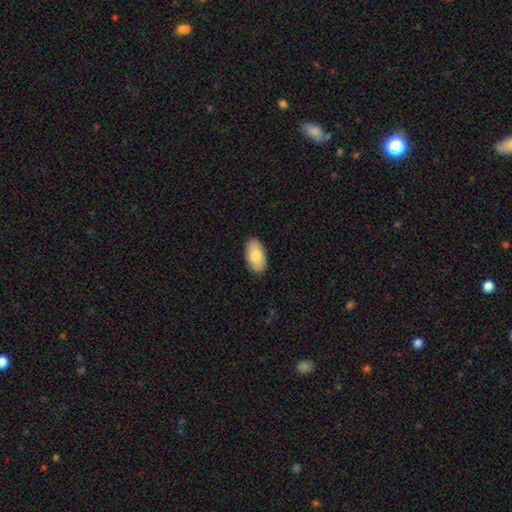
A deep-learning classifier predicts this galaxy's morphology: A smooth galaxy with no disk features (83%) that is in between round and cigar-shaped (95%).

Vote fractions:
- Smooth or featured? smooth: 83% / featured or disk: 11% / star or artifact: 6%
- How rounded? in between: 95% / round: 3% / cigar-shaped: 3%
- Merging? none: 88% / minor disturbance: 9% / major disturbance: 2% / merger: 1%